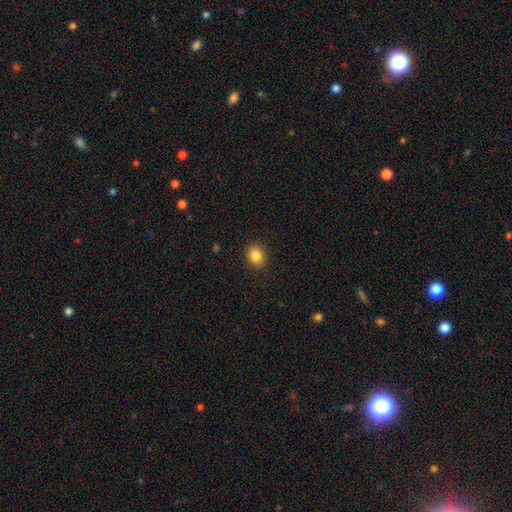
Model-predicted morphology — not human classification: Overall: smooth (85%). How rounded: round (69%; in between 30%). Merging: none (90%).